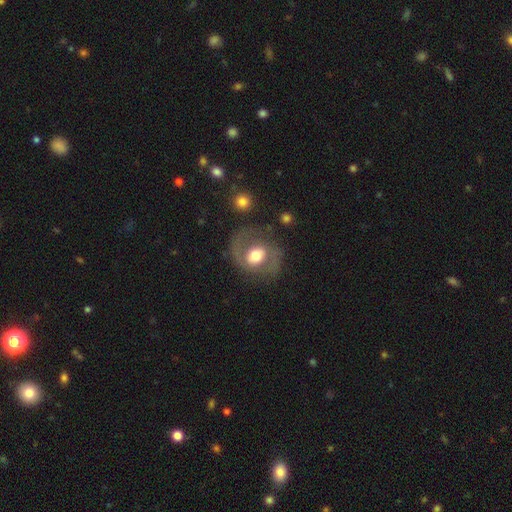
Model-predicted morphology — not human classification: Q: Smooth or featured?
A: featured or disk (65%); runner-up: smooth (29%)
Q: Edge-on disk?
A: no (96%); runner-up: yes (4%)
Q: Bar?
A: no (44%); runner-up: weak (38%)
Q: Spiral arms?
A: yes (70%); runner-up: no (30%)
Q: Bulge size?
A: moderate (54%); runner-up: large (37%)
Q: Merging?
A: none (65%); runner-up: minor disturbance (17%)